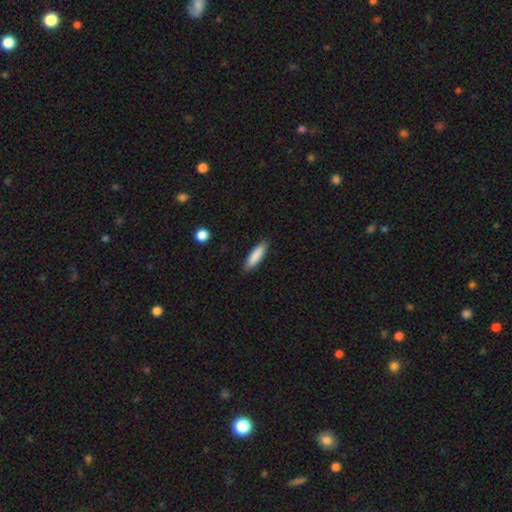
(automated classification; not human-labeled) Overall: smooth (87%). How rounded: cigar-shaped (67%; in between 32%). Merging: none (88%).